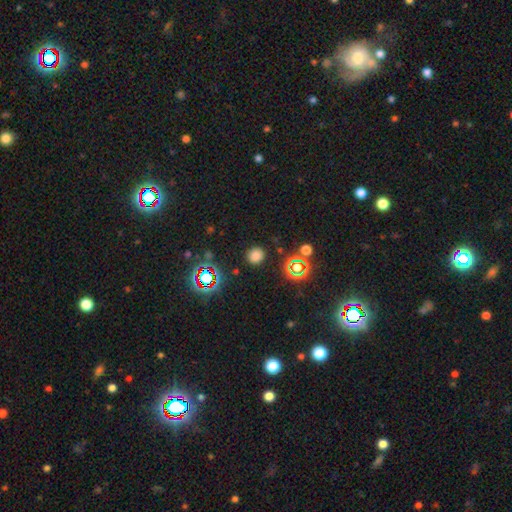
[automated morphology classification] type=smooth (73%); roundness=round (87%); merging=none (88%).